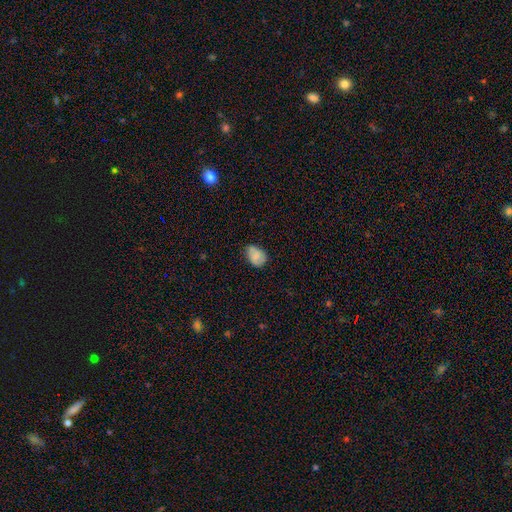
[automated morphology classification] Smooth or featured? Predicted: smooth (p=0.78). How rounded? Predicted: in between (p=0.76). Merging? Predicted: none (p=0.60).